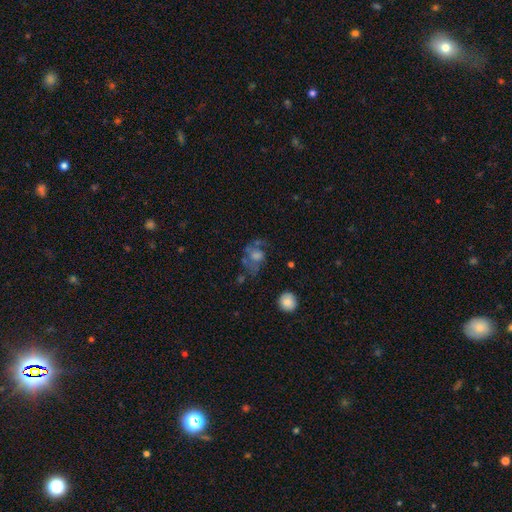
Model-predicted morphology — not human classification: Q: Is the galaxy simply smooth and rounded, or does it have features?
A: featured or disk — 53%.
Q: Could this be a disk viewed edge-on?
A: no — 96%.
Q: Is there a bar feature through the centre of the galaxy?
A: no — 75%.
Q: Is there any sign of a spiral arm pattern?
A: yes — 53%.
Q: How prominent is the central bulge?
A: moderate — 37%.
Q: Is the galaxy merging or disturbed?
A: none — 44%.